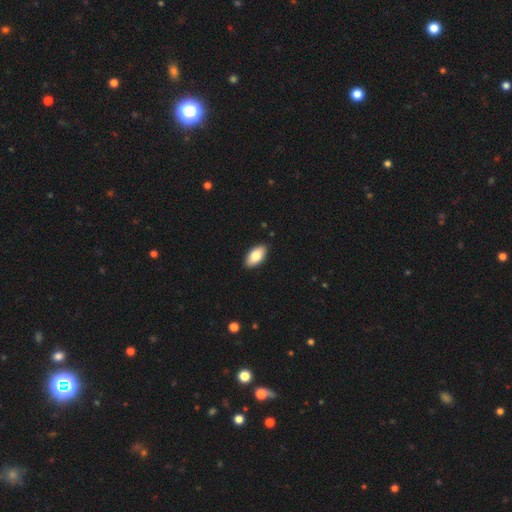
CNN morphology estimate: Smooth or featured? smooth (81%)
How rounded? in between (93%)
Merging? none (89%)